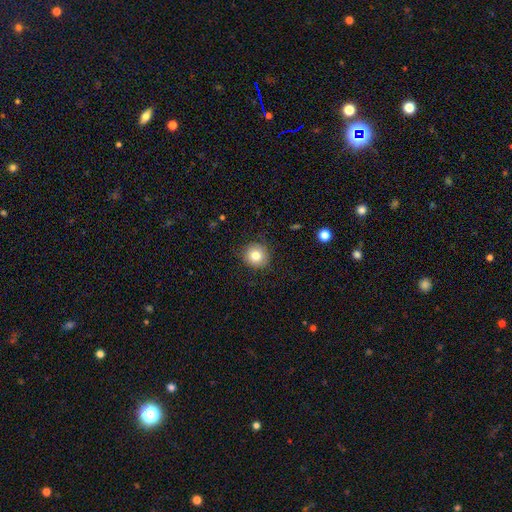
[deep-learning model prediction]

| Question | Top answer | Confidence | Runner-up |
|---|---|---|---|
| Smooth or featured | smooth | 81% | star or artifact (10%) |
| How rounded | round | 91% | in between (8%) |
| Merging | none | 87% | minor disturbance (9%) |